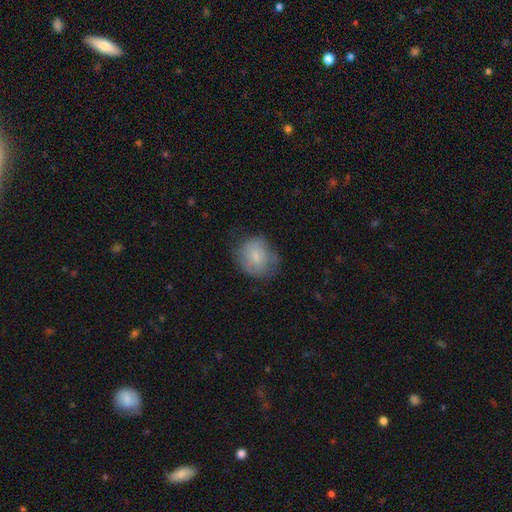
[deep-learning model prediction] Overall: smooth (75%). How rounded: round (71%). Merging: none (61%; minor disturbance 28%).